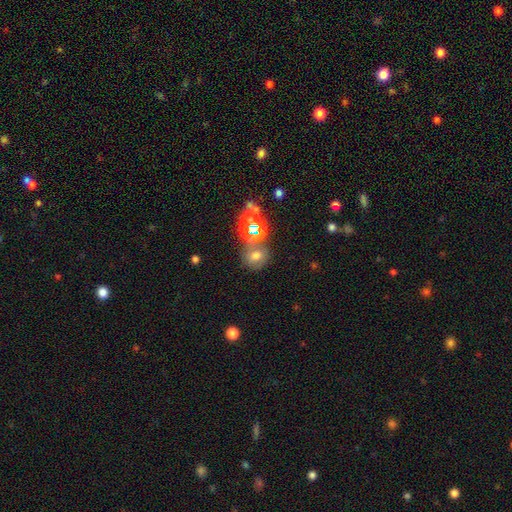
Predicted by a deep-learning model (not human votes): Q: Smooth or featured?
A: smooth (57%); runner-up: star or artifact (28%)
Q: How rounded?
A: round (73%); runner-up: in between (26%)
Q: Merging?
A: none (61%); runner-up: merger (20%)